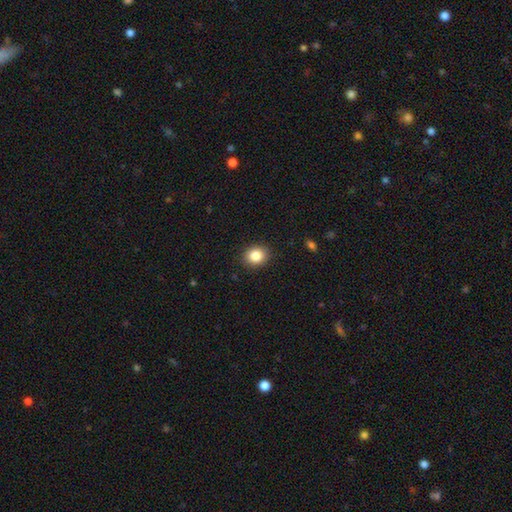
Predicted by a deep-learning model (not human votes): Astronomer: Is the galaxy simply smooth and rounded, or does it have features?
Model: smooth — 85%.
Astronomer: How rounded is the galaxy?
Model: round — 65%.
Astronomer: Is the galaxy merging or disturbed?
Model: none — 90%.